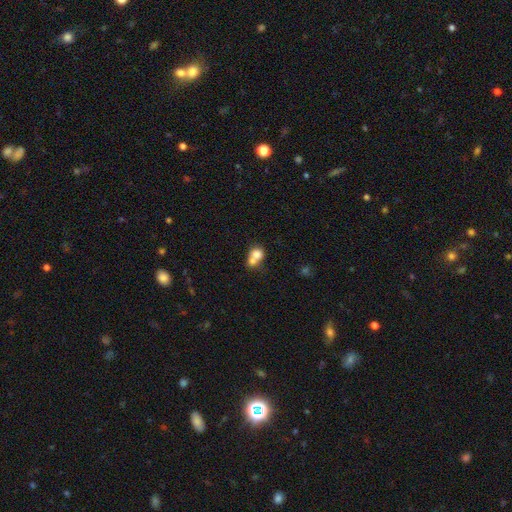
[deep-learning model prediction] This appears to be a smooth galaxy with no disk features (74%) that is round (66%). Merging: merger (67%).